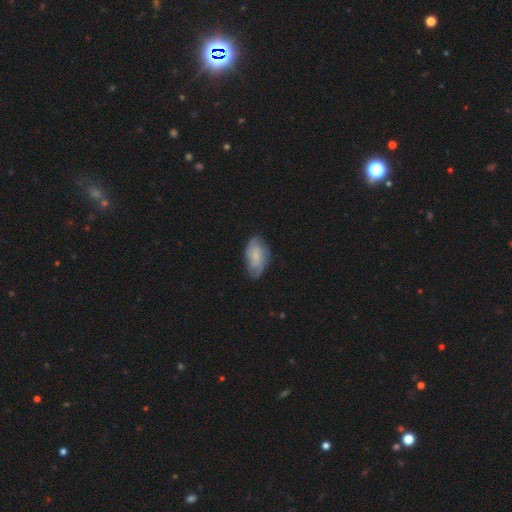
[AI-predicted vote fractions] smooth_or_featured: featured or disk (p=0.52) [alt: smooth p=0.41]
disk_edge_on: no (p=0.95) [alt: yes p=0.05]
merging: none (p=0.67) [alt: minor disturbance p=0.24]